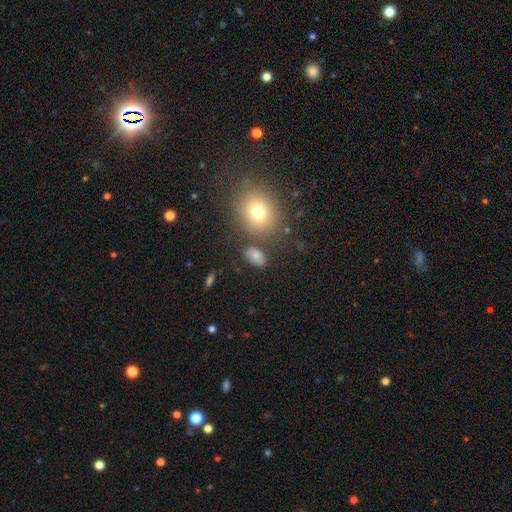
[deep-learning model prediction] Smooth or featured: smooth — 75% (star or artifact — 13%)
How rounded: in between — 83% (round — 15%)
Merging: none — 74% (minor disturbance — 14%)